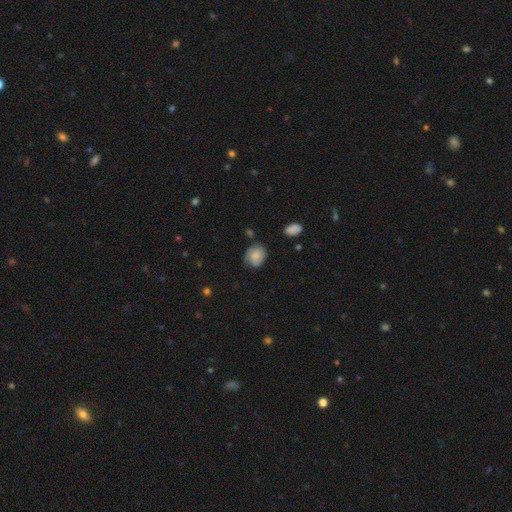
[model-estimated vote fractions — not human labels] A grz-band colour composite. It shows a smooth galaxy with no disk features (72%) that is round (60%). Merging: none (60%).